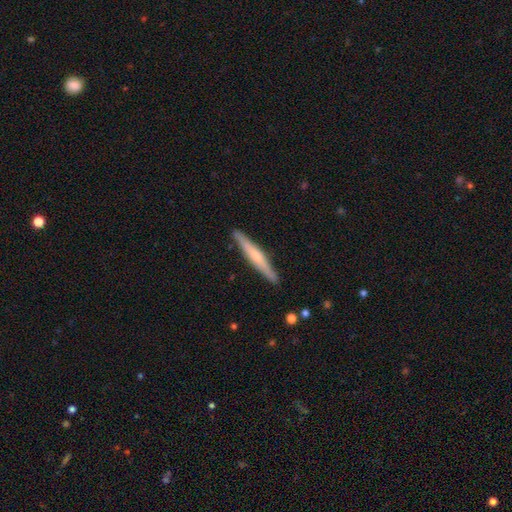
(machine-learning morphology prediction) Smooth or featured? Predicted: featured or disk (p=0.51). Edge-on disk? Predicted: yes (p=0.96). Merging? Predicted: none (p=0.90).